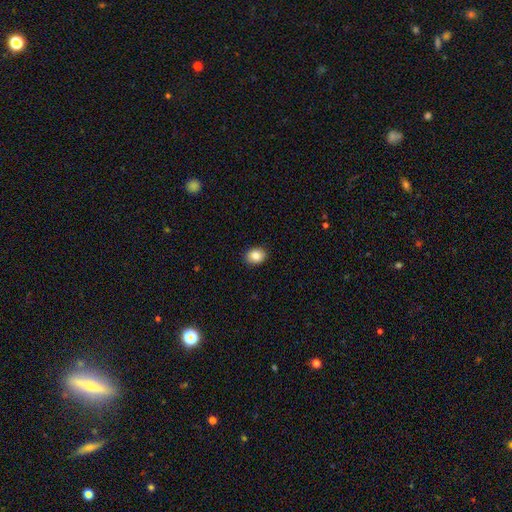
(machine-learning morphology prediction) Smooth or featured? Predicted: smooth (p=0.85). How rounded? Predicted: in between (p=0.55). Merging? Predicted: none (p=0.90).